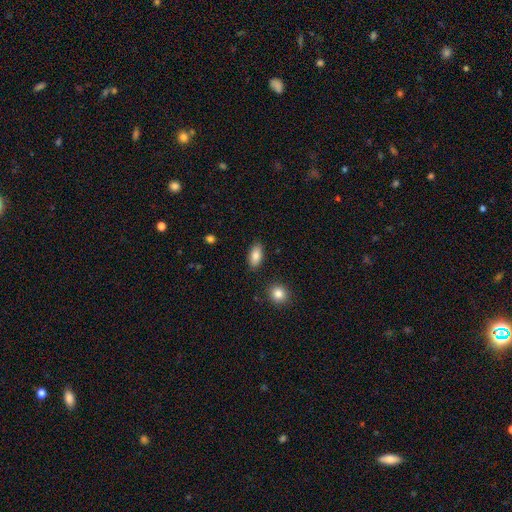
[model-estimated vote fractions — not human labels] Smooth or featured?
  - smooth: 85% *
  - featured or disk: 8%
  - star or artifact: 7%
How rounded?
  - in between: 91% *
  - cigar-shaped: 5%
  - round: 4%
Merging?
  - none: 87% *
  - minor disturbance: 9%
  - major disturbance: 2%
  - merger: 2%